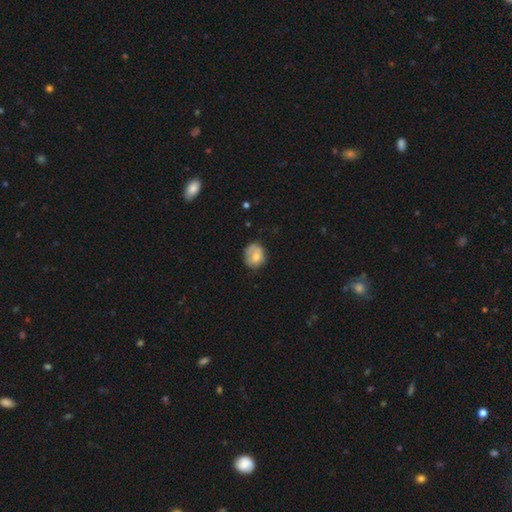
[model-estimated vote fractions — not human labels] smooth_or_featured: smooth (p=0.63) [alt: featured or disk p=0.28]
how_rounded: round (p=0.63) [alt: in between p=0.36]
merging: none (p=0.51) [alt: minor disturbance p=0.31]